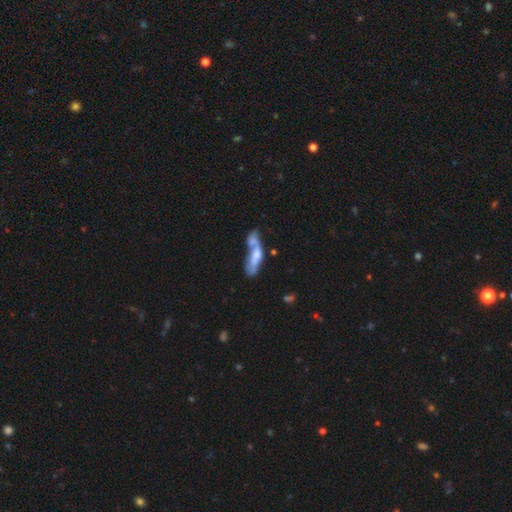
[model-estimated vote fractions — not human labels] Overall: smooth (48%; featured or disk 45%). Merging: merger (44%; none 22%).